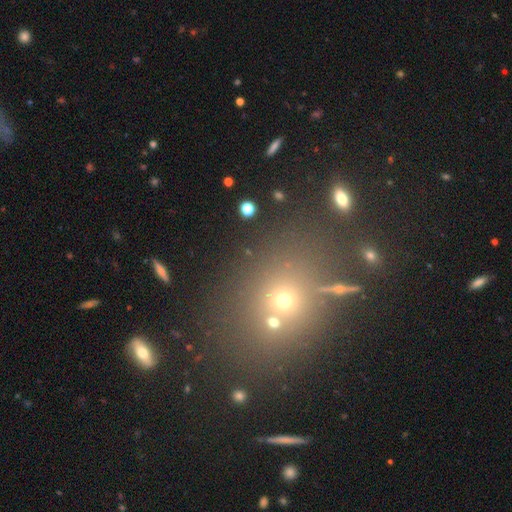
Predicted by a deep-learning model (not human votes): Smooth or featured?
  - smooth: 44% *
  - star or artifact: 43%
  - featured or disk: 13%
Merging?
  - none: 74% *
  - merger: 11%
  - minor disturbance: 10%
  - major disturbance: 5%